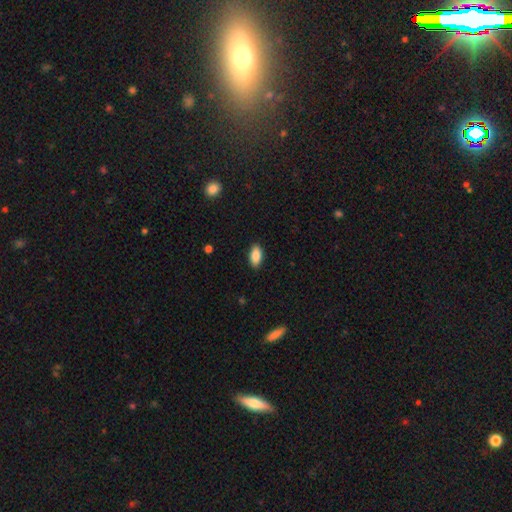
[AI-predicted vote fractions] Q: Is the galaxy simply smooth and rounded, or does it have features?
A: smooth — 88%.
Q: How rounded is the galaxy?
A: in between — 92%.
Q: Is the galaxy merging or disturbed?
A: none — 88%.